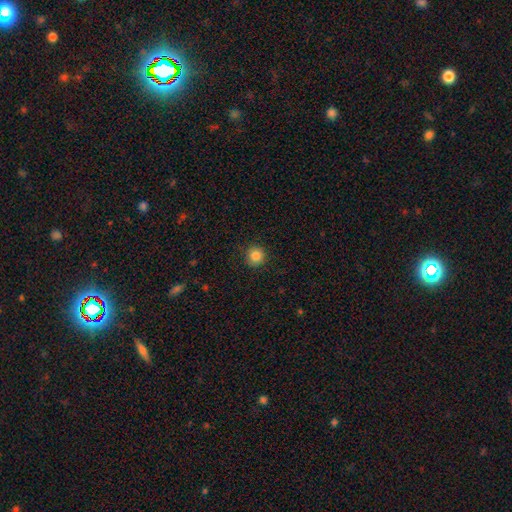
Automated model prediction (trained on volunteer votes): Smooth or featured? Predicted: smooth (p=0.85). How rounded? Predicted: round (p=0.94). Merging? Predicted: none (p=0.90).